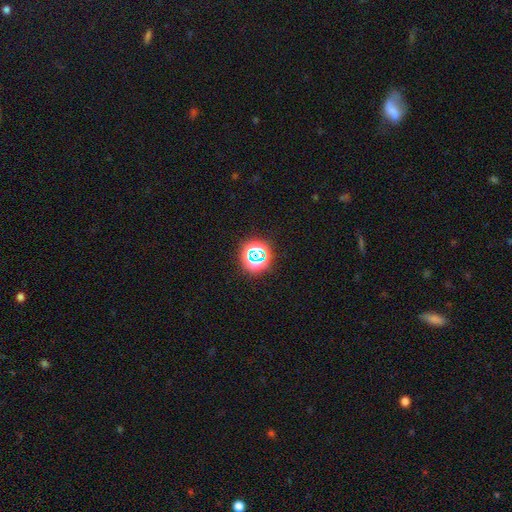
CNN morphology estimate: A star or artifact, not a galaxy (61%).